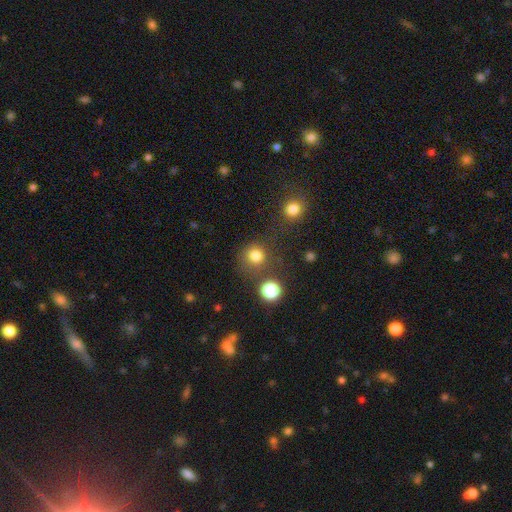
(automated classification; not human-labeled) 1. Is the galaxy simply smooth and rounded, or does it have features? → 79% smooth, 15% star or artifact, 5% featured or disk.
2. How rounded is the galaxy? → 90% round, 9% in between, 1% cigar-shaped.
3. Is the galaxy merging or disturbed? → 74% none, 11% minor disturbance, 9% merger, 6% major disturbance.